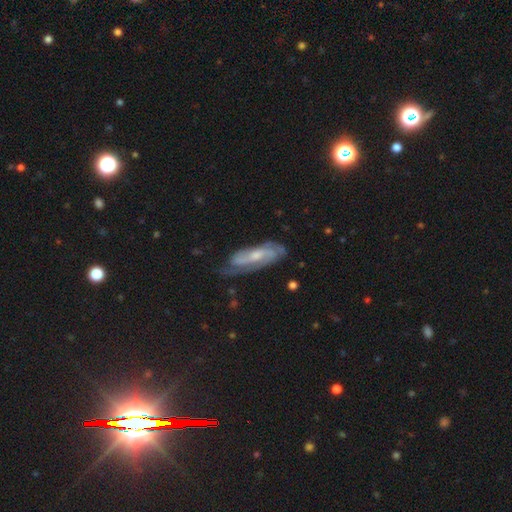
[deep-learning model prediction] Overall: featured or disk (78%). Edge-on disk: no (87%). Bar: no (46%; weak 40%). Spiral arms: yes (94%). Spiral arm count: 2 (57%; can't tell 21%). Spiral winding: tight (46%; medium 41%). Bulge size: small (44%; moderate 43%). Merging: none (68%).